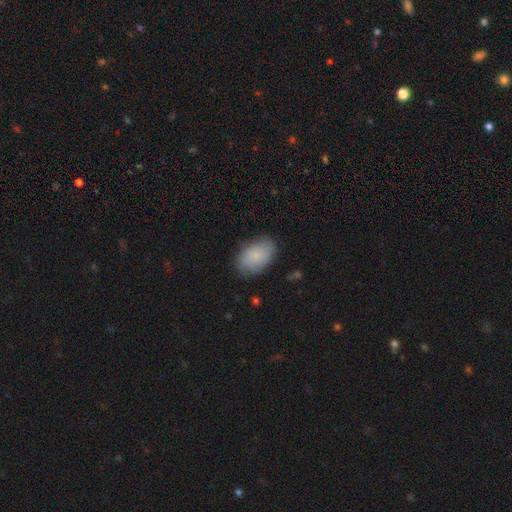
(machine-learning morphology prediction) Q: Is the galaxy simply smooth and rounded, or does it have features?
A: smooth — 81%.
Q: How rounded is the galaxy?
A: in between — 89%.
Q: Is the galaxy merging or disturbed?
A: none — 79%.